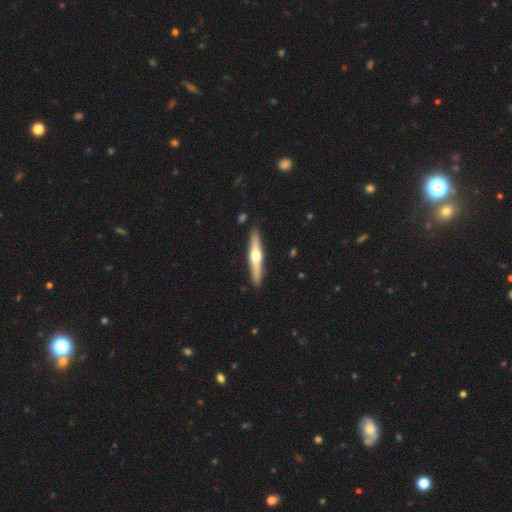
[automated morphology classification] A featured or disk galaxy (68%) viewed edge-on (97%) with a rounded central bulge (94%).

Vote fractions:
- Smooth or featured? featured or disk: 68% / smooth: 28% / star or artifact: 5%
- Edge-on disk? yes: 97% / no: 3%
- Edge-on bulge? rounded: 94% / none: 3% / boxy: 3%
- Merging? none: 90% / minor disturbance: 7% / merger: 2% / major disturbance: 1%